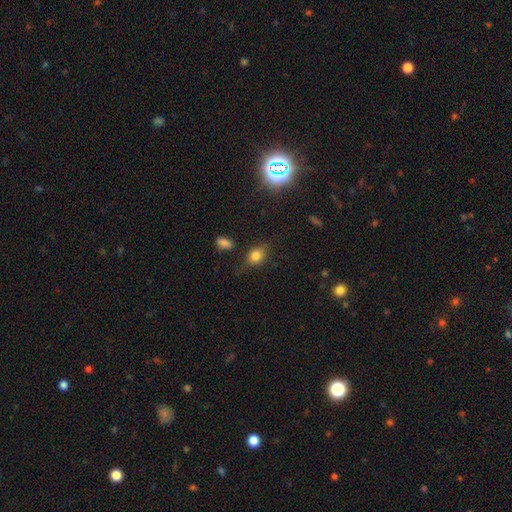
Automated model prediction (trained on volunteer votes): Q: Smooth or featured?
A: smooth (74%); runner-up: featured or disk (13%)
Q: How rounded?
A: in between (66%); runner-up: round (31%)
Q: Merging?
A: none (69%); runner-up: minor disturbance (21%)